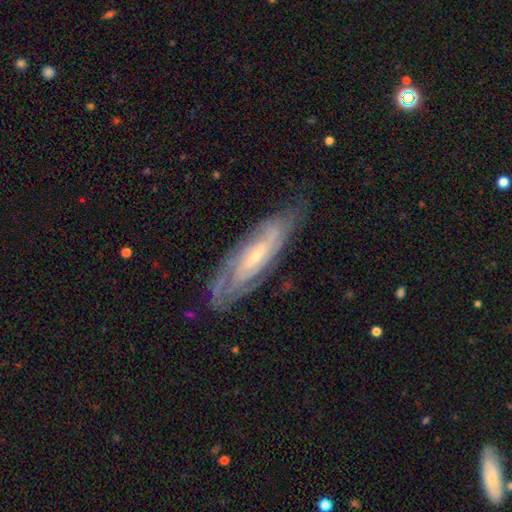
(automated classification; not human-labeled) A featured or disk galaxy (84%) with no bar (53%), tight (67%) spiral arms (95%) and a small central bulge (77%). Merging: none (77%).